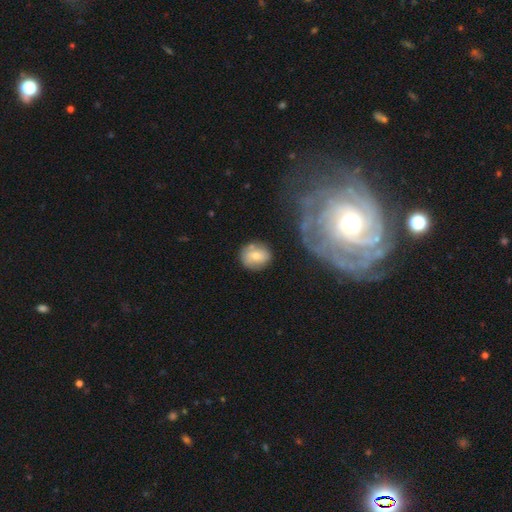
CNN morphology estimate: The model was most divided on "smooth or featured": smooth: 65%, featured or disk: 27%, star or artifact: 8%. More confident: how rounded — round (71%); merging — none (70%).